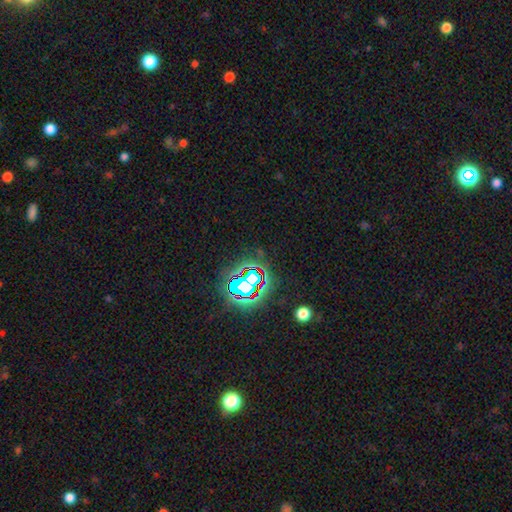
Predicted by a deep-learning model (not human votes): smooth_or_featured: star or artifact (p=0.79) [alt: smooth p=0.12]